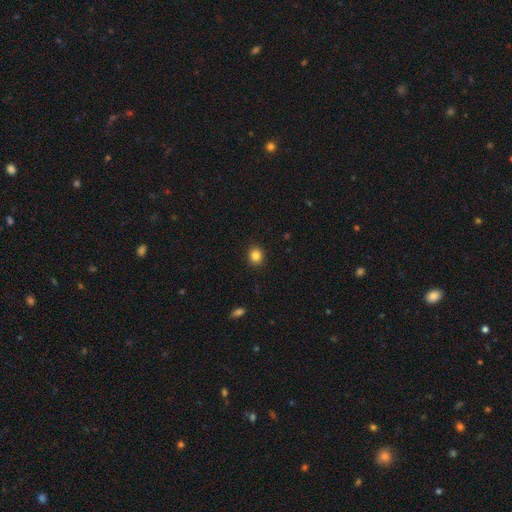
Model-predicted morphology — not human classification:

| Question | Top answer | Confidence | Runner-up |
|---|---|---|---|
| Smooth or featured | smooth | 84% | star or artifact (11%) |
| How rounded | round | 80% | in between (19%) |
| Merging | none | 91% | minor disturbance (6%) |